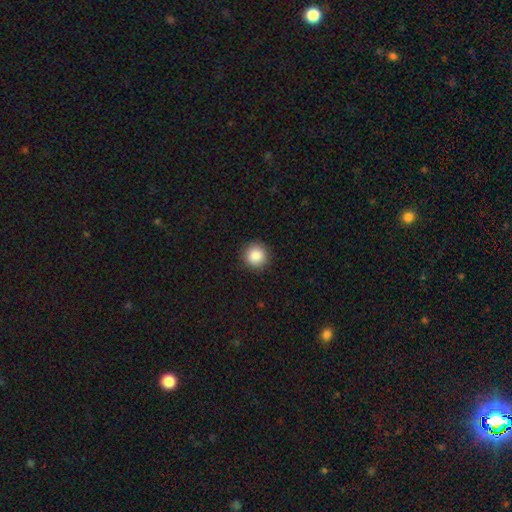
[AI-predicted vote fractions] Smooth or featured?
  - smooth: 87% *
  - star or artifact: 9%
  - featured or disk: 4%
How rounded?
  - round: 95% *
  - in between: 4%
  - cigar-shaped: 1%
Merging?
  - none: 92% *
  - minor disturbance: 5%
  - major disturbance: 2%
  - merger: 1%